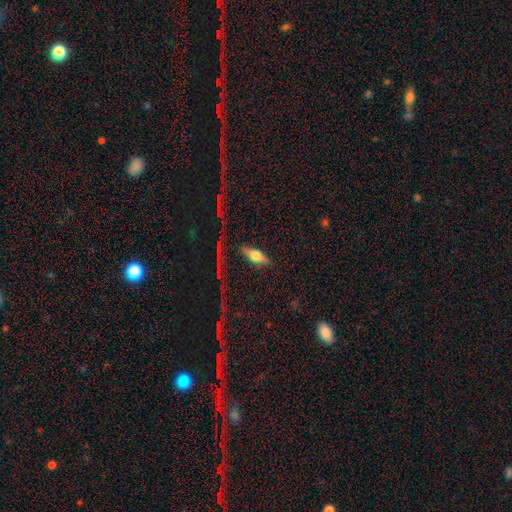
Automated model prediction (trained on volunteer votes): Morphology: type=smooth (47%); merging=none (78%).